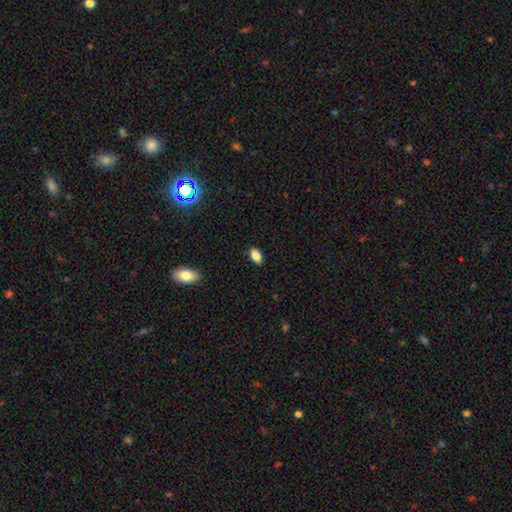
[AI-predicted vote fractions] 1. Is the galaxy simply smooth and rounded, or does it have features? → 85% smooth, 9% star or artifact, 6% featured or disk.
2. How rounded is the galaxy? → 89% in between, 8% round, 3% cigar-shaped.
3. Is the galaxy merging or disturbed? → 86% none, 10% minor disturbance, 2% major disturbance, 1% merger.